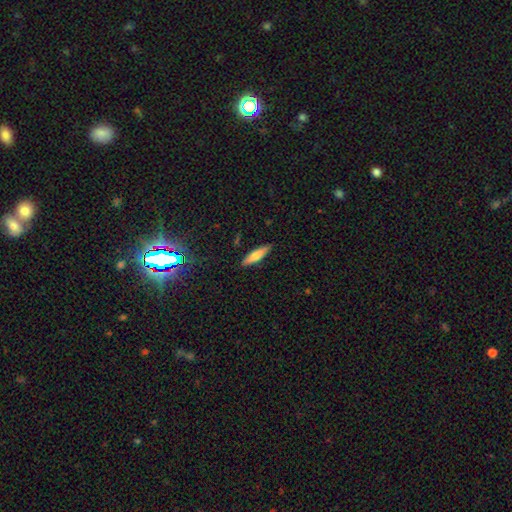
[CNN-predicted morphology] Overall: smooth (66%; featured or disk 27%). How rounded: cigar-shaped (75%). Merging: none (87%).